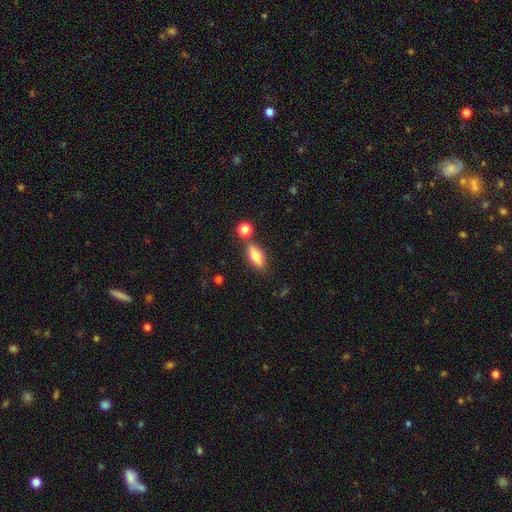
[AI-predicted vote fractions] Morphology: type=smooth (76%); roundness=in between (77%); merging=none (71%).